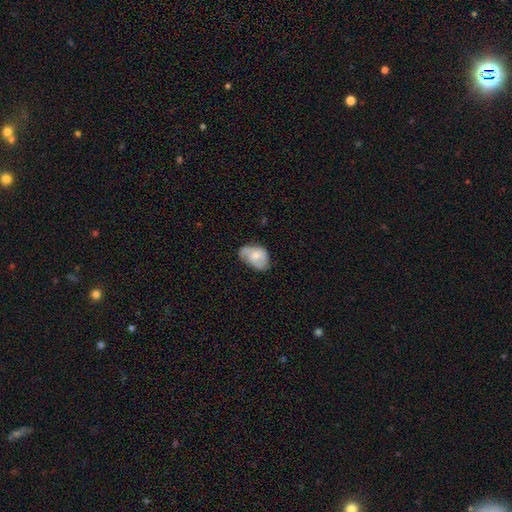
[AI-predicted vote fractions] This appears to be a smooth galaxy with no disk features (50%). Merging: minor disturbance (40%).